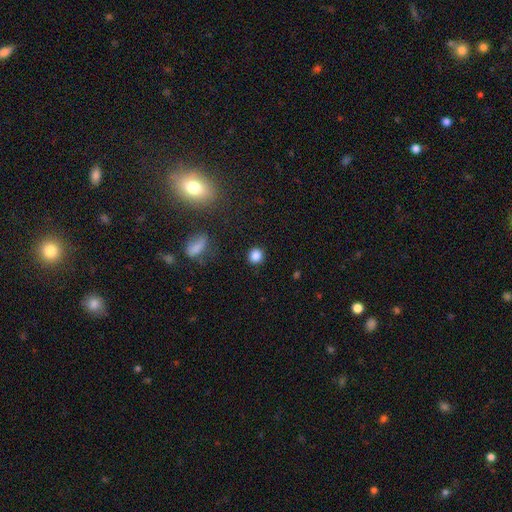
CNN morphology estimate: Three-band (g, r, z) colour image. It shows a smooth galaxy with no disk features (85%) that is round (87%). Merging: none (89%).